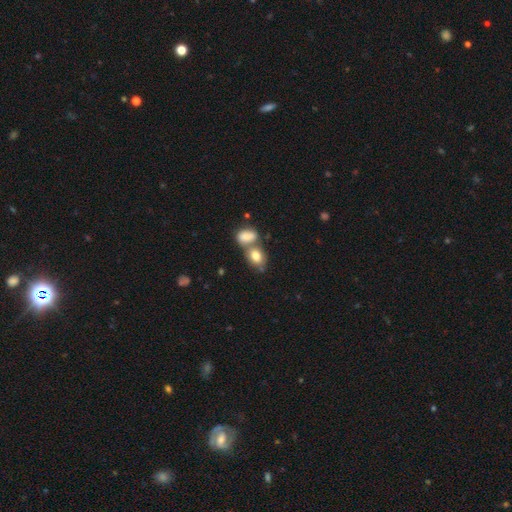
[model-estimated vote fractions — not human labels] A smooth galaxy with no disk features (81%) that is in between round and cigar-shaped (75%).

Vote fractions:
- Smooth or featured? smooth: 81% / featured or disk: 11% / star or artifact: 8%
- How rounded? in between: 75% / round: 24% / cigar-shaped: 2%
- Merging? merger: 51% / none: 34% / minor disturbance: 10% / major disturbance: 4%